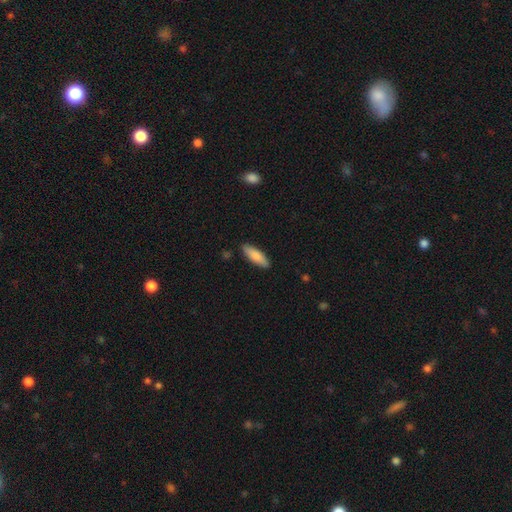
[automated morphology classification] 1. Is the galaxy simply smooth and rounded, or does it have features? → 82% smooth, 13% featured or disk, 5% star or artifact.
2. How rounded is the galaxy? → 50% in between, 48% cigar-shaped, 2% round.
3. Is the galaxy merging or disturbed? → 88% none, 9% minor disturbance, 2% major disturbance, 1% merger.